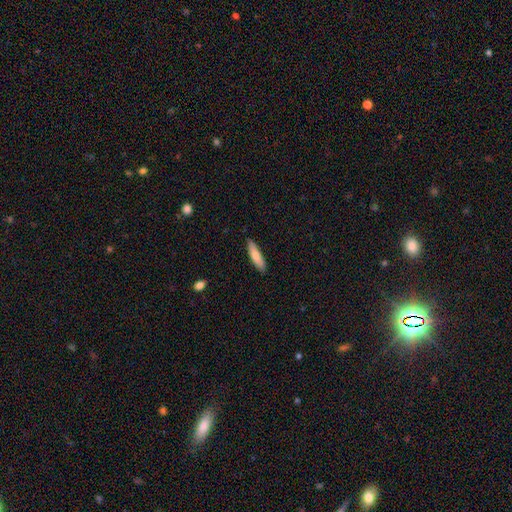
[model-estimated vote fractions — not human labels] smooth 79%, featured or disk 16%, star or artifact 5%. Down the decision tree: how rounded — cigar-shaped (75%); merging — none (88%).